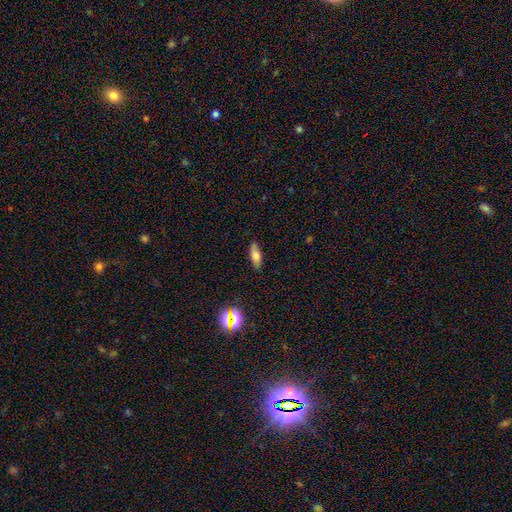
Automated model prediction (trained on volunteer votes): A smooth galaxy with no disk features (70%) that is in between round and cigar-shaped (66%). Merging: none (83%).